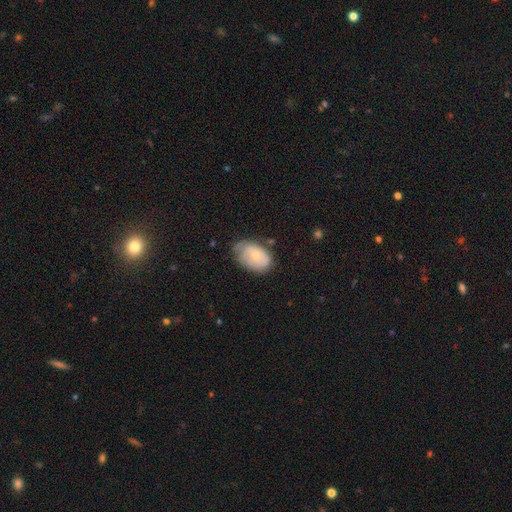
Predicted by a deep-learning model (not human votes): Smooth or featured? smooth (61%)
How rounded? in between (87%)
Merging? none (50%)